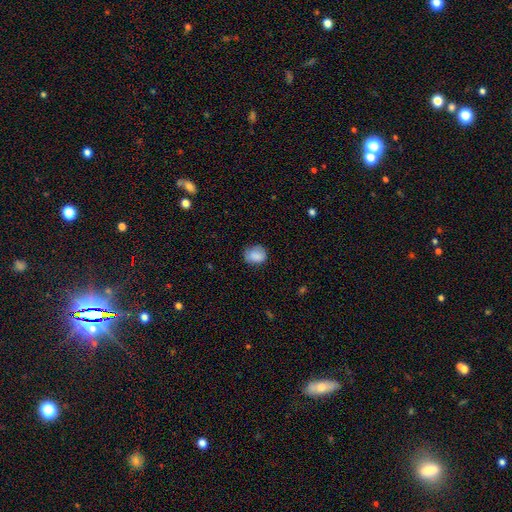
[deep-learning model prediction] Smooth or featured: smooth — 85% (star or artifact — 8%)
How rounded: in between — 50% (round — 49%)
Merging: none — 71% (minor disturbance — 22%)